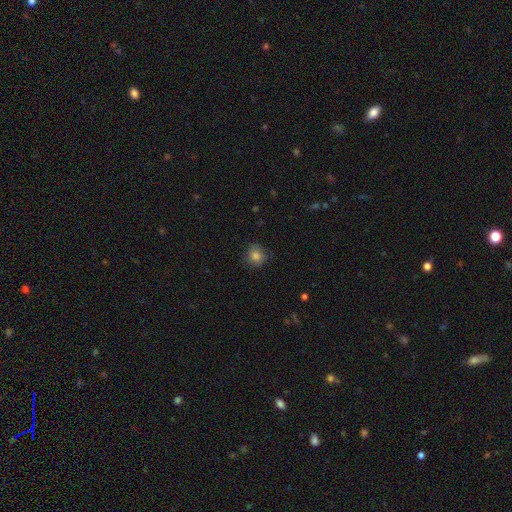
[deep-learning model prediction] A smooth galaxy with no disk features (82%) that is round (88%). Merging: none (81%).